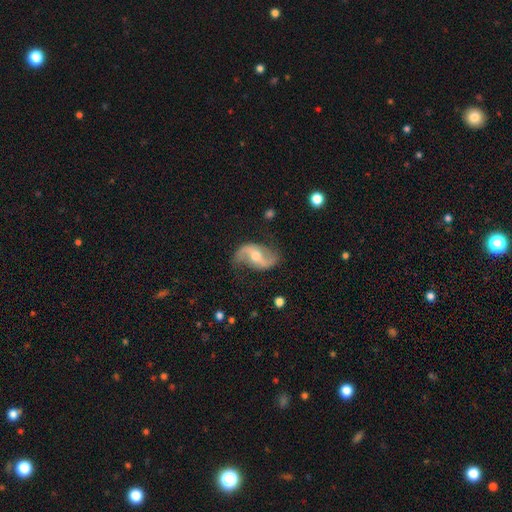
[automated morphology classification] Smooth or featured? Predicted: featured or disk (p=0.87). Edge-on disk? Predicted: no (p=0.97). Bar? Predicted: weak (p=0.43). Spiral arms? Predicted: yes (p=0.95). Spiral winding? Predicted: loose (p=0.68). Spiral arm count? Predicted: 2 (p=0.93). Bulge size? Predicted: moderate (p=0.68). Merging? Predicted: none (p=0.76).